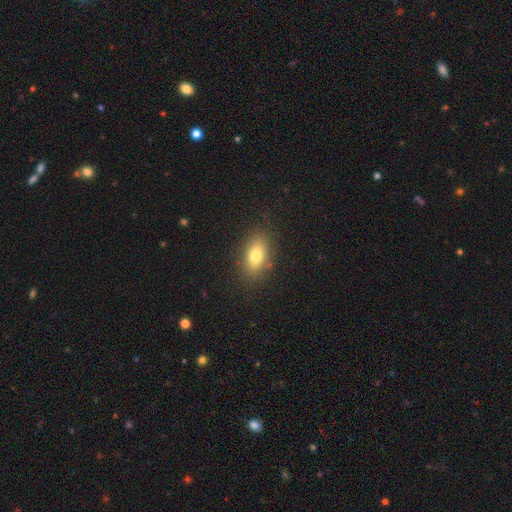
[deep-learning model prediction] smooth 76%, featured or disk 14%, star or artifact 10%. Down the decision tree: how rounded — in between (84%); merging — none (83%).